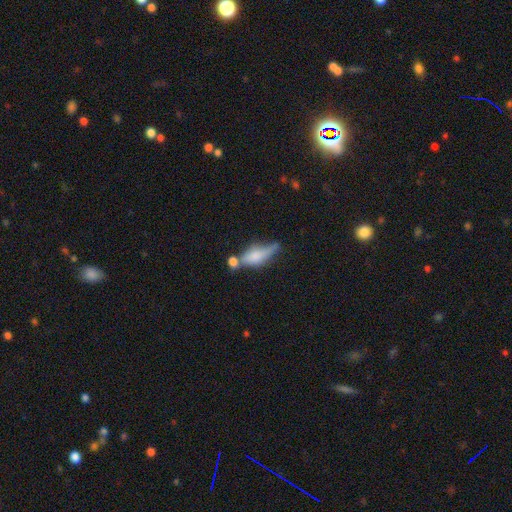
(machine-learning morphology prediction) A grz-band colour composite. It shows a smooth galaxy with no disk features (57%) that is in between round and cigar-shaped (57%). Merging: merger (33%).